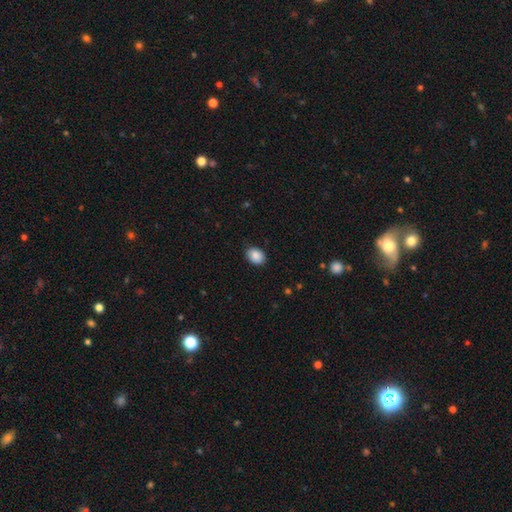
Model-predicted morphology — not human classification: Smooth or featured?
  - smooth: 89% *
  - star or artifact: 8%
  - featured or disk: 4%
How rounded?
  - in between: 69% *
  - round: 30%
  - cigar-shaped: 1%
Merging?
  - none: 84% *
  - minor disturbance: 13%
  - major disturbance: 2%
  - merger: 1%